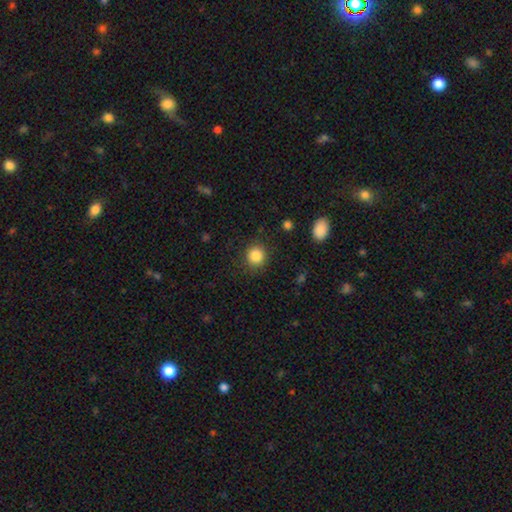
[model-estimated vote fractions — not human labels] smooth_or_featured: smooth (p=0.85) [alt: star or artifact p=0.10]
how_rounded: round (p=0.89) [alt: in between p=0.10]
merging: none (p=0.88) [alt: minor disturbance p=0.08]